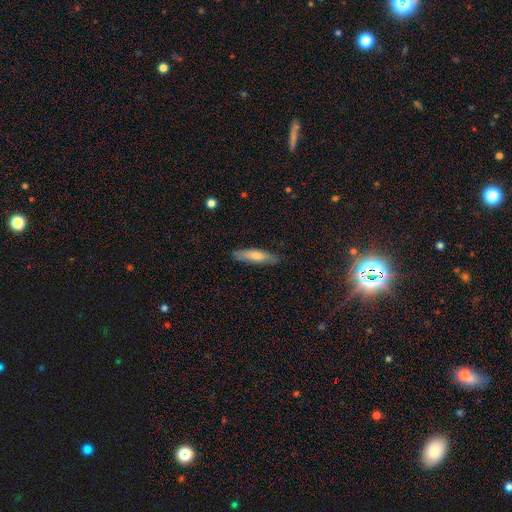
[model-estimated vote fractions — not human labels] A smooth galaxy with no disk features (62%) that is cigar-shaped (76%). Merging: none (85%).